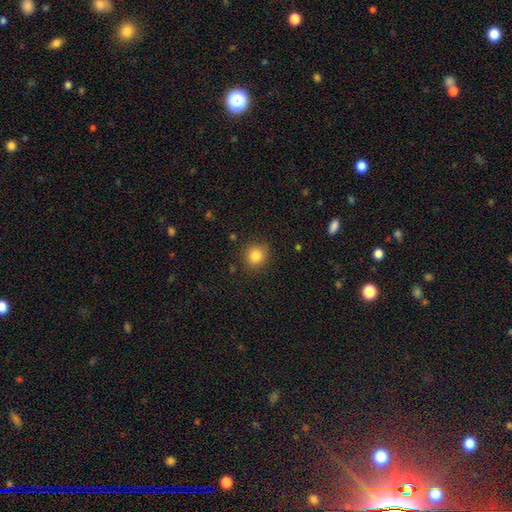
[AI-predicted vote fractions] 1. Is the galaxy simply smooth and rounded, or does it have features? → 84% smooth, 11% star or artifact, 5% featured or disk.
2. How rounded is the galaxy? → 84% round, 15% in between, 1% cigar-shaped.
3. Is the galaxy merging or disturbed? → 86% none, 9% minor disturbance, 3% major disturbance, 1% merger.